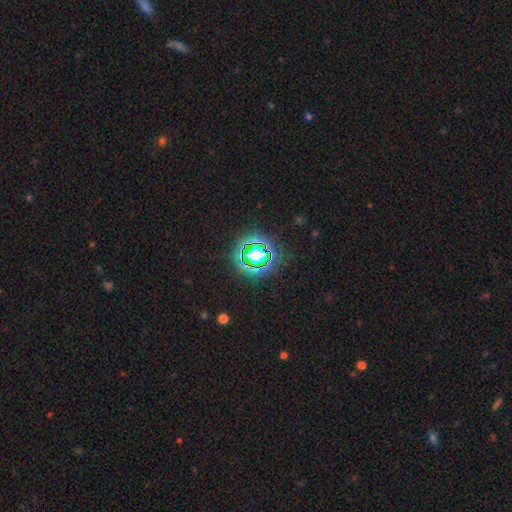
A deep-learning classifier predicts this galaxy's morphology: Smooth or featured: star or artifact — 76% (smooth — 16%)